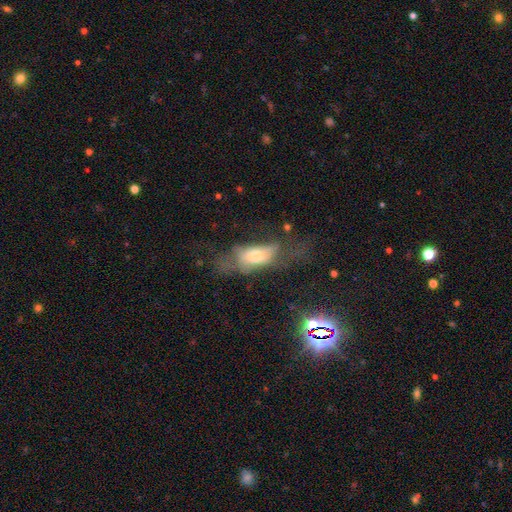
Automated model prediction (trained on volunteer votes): A smooth galaxy with no disk features (53%) that is in between round and cigar-shaped (84%).

Vote fractions:
- Smooth or featured? smooth: 53% / featured or disk: 36% / star or artifact: 11%
- How rounded? in between: 84% / cigar-shaped: 10% / round: 6%
- Merging? major disturbance: 53% / none: 22% / minor disturbance: 19% / merger: 6%